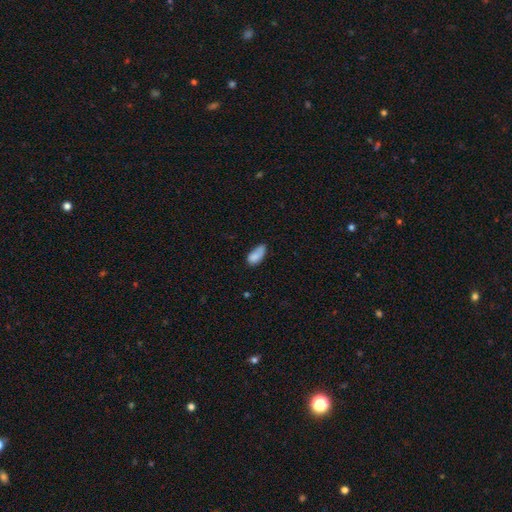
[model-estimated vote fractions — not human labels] Smooth or featured: smooth — 83% (featured or disk — 10%)
How rounded: in between — 91% (cigar-shaped — 6%)
Merging: none — 49% (minor disturbance — 36%)